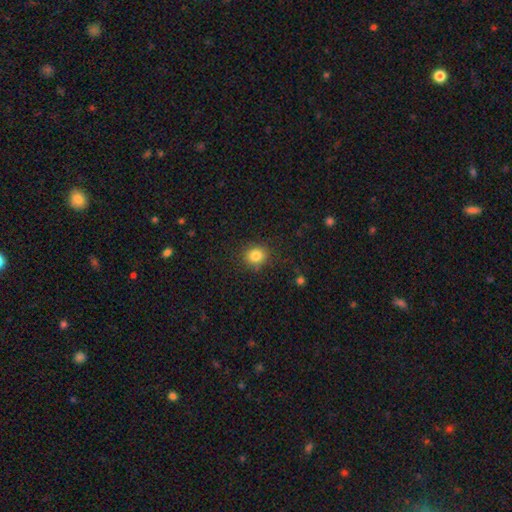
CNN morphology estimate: A smooth galaxy with no disk features (84%) that is round (82%).

Vote fractions:
- Smooth or featured? smooth: 84% / star or artifact: 11% / featured or disk: 5%
- How rounded? round: 82% / in between: 17% / cigar-shaped: 1%
- Merging? none: 86% / minor disturbance: 9% / major disturbance: 3% / merger: 1%